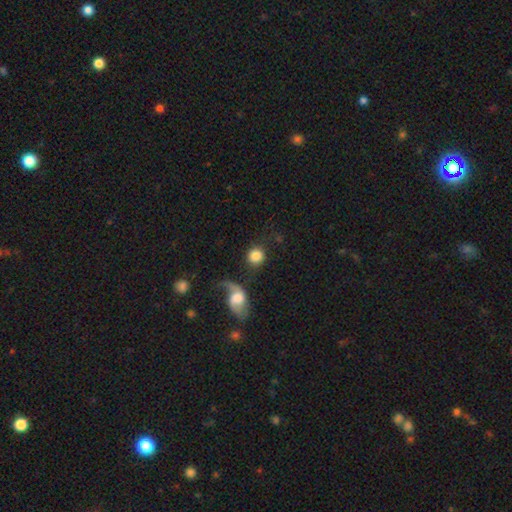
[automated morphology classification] smooth 80%, featured or disk 12%, star or artifact 8%. Down the decision tree: how rounded — round (88%); merging — none (67%).